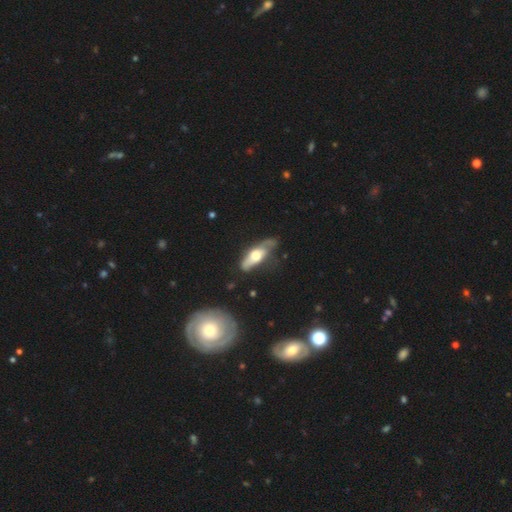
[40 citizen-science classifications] smooth_or_featured: featured or disk (p=0.57) [alt: smooth p=0.35]
disk_edge_on: yes (p=0.78) [alt: no p=0.22]
edge_on_bulge: rounded (p=0.83) [alt: none p=0.11]
merging: none (p=0.65) [alt: minor disturbance p=0.22]